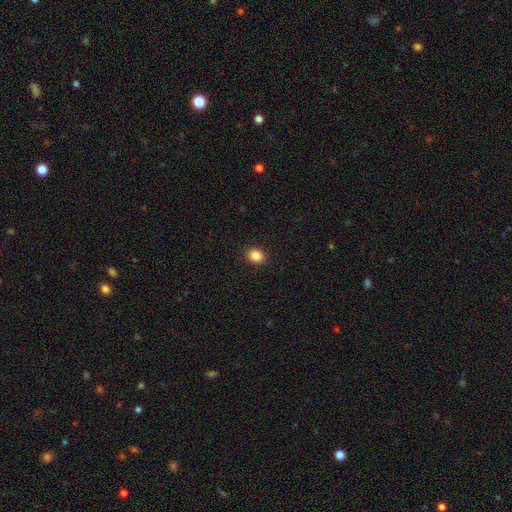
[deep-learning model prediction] A smooth galaxy with no disk features (86%) that is in between round and cigar-shaped (50%). Merging: none (91%).